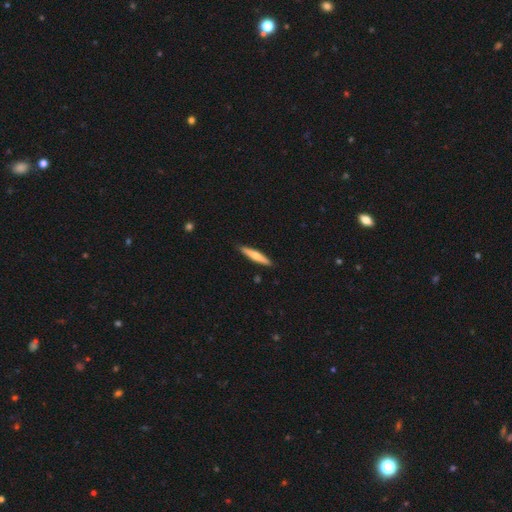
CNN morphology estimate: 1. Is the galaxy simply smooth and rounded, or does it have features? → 60% smooth, 35% featured or disk, 5% star or artifact.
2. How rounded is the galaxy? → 91% cigar-shaped, 8% in between, 1% round.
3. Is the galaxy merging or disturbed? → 90% none, 8% minor disturbance, 1% major disturbance, 1% merger.